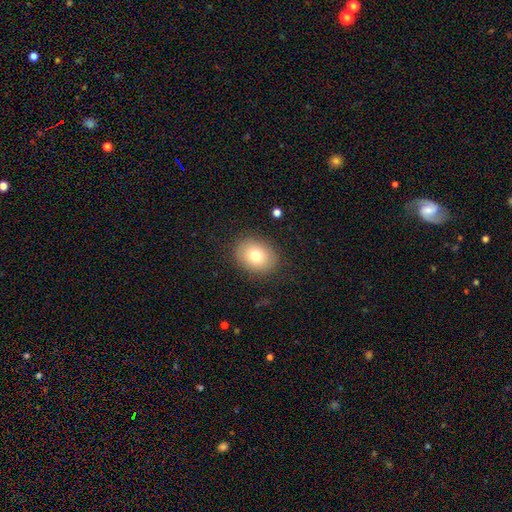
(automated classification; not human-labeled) Smooth or featured: smooth — 77% (featured or disk — 13%)
How rounded: in between — 53% (round — 46%)
Merging: none — 87% (minor disturbance — 9%)